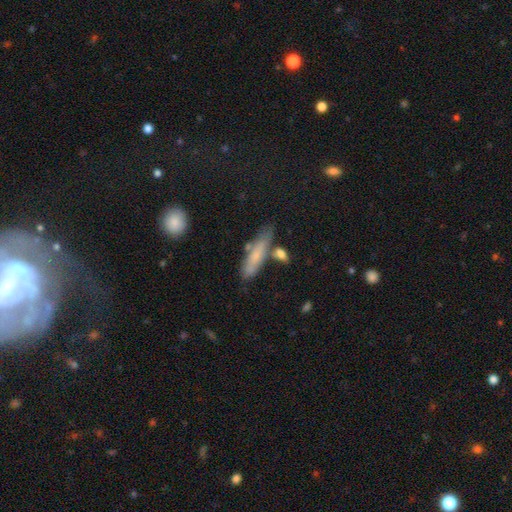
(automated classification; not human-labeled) A smooth galaxy with no disk features (66%) that is cigar-shaped (69%). Merging: none (62%).